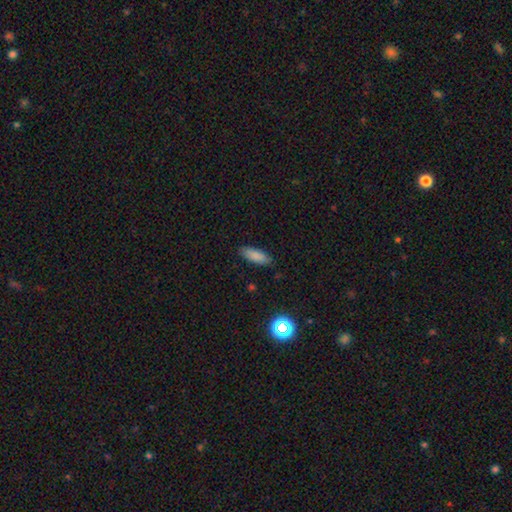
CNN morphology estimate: Smooth or featured?
  - smooth: 86% *
  - star or artifact: 8%
  - featured or disk: 6%
How rounded?
  - in between: 67% *
  - cigar-shaped: 31%
  - round: 2%
Merging?
  - none: 86% *
  - minor disturbance: 10%
  - major disturbance: 2%
  - merger: 1%